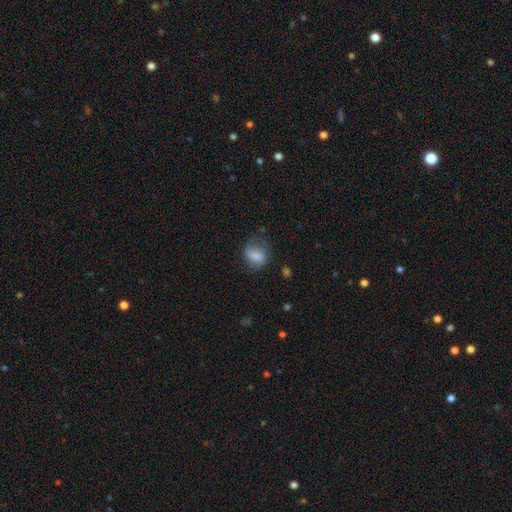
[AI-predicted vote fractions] Smooth or featured: smooth — 72% (featured or disk — 19%)
How rounded: in between — 60% (round — 38%)
Merging: none — 54% (minor disturbance — 29%)